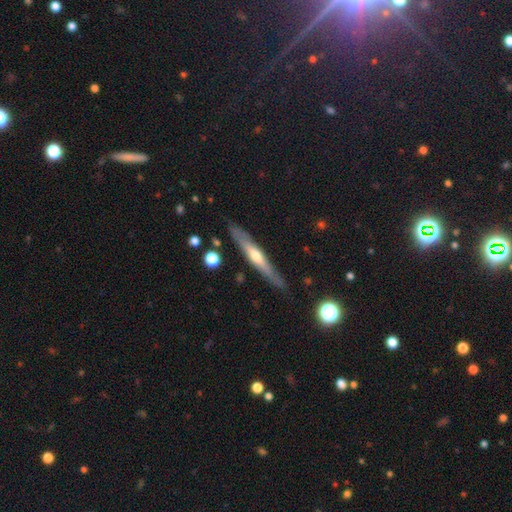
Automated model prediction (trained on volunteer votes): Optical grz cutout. It shows a featured or disk galaxy (63%) viewed edge-on (93%) with a rounded central bulge (80%). Merging: none (84%).